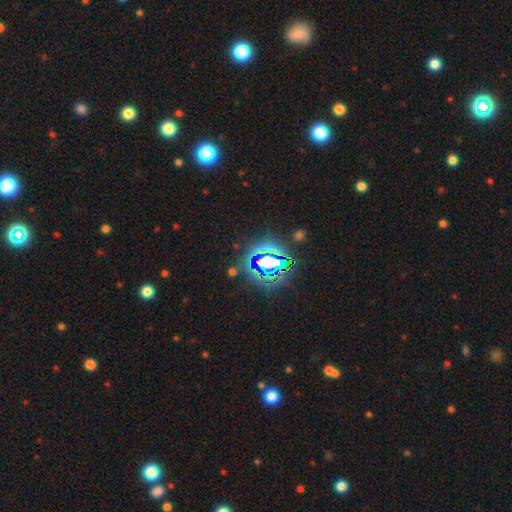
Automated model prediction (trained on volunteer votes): Smooth or featured? star or artifact (78%)